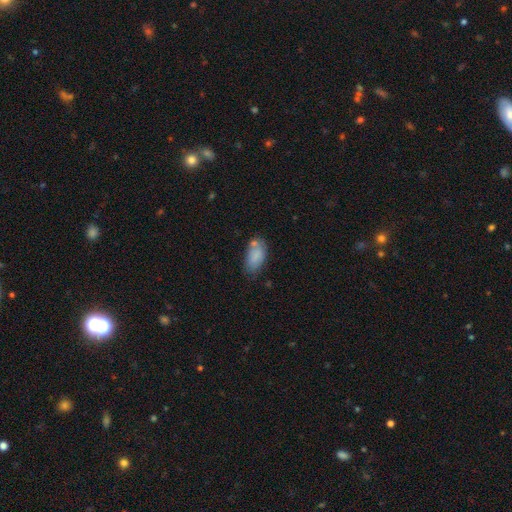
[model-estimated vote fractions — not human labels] Morphology: type=smooth (82%); roundness=in between (92%); merging=none (58%).